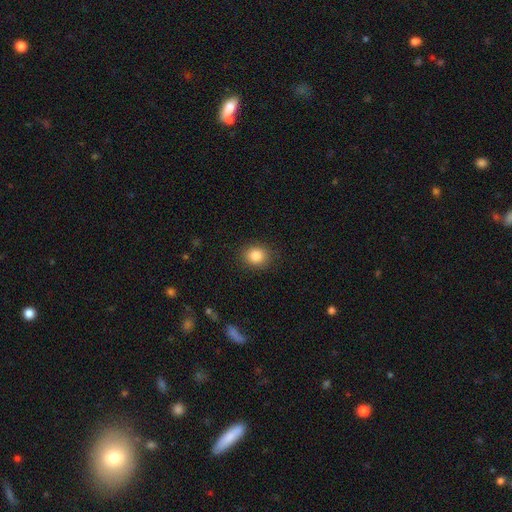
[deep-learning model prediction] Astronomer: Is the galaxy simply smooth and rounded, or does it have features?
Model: smooth — 85%.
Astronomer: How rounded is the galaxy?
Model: round — 68%.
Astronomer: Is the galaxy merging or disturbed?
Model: none — 87%.